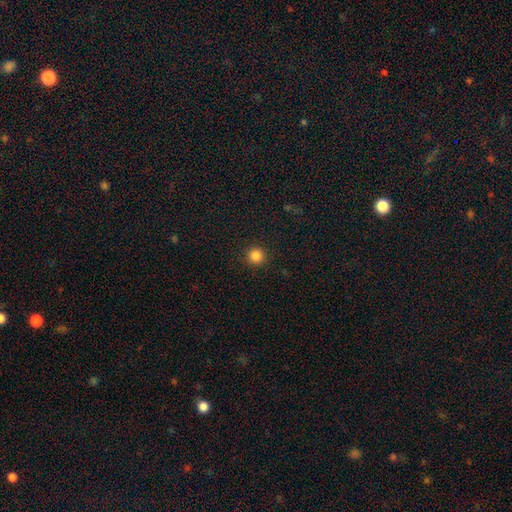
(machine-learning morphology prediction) Q: Smooth or featured?
A: smooth (85%); runner-up: star or artifact (12%)
Q: How rounded?
A: round (95%); runner-up: in between (4%)
Q: Merging?
A: none (92%); runner-up: minor disturbance (5%)